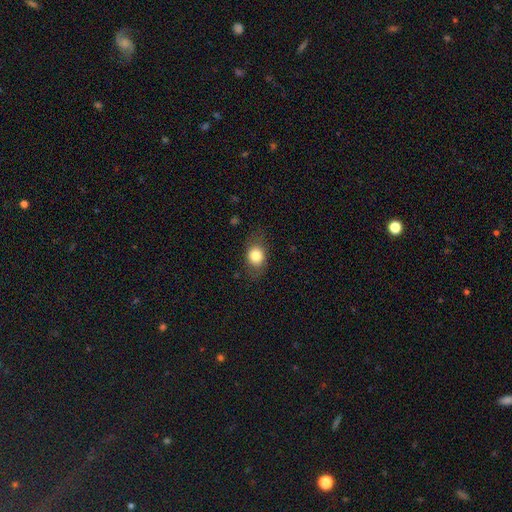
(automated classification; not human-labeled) A smooth galaxy with no disk features (79%) that is in between round and cigar-shaped (52%). Merging: none (74%).